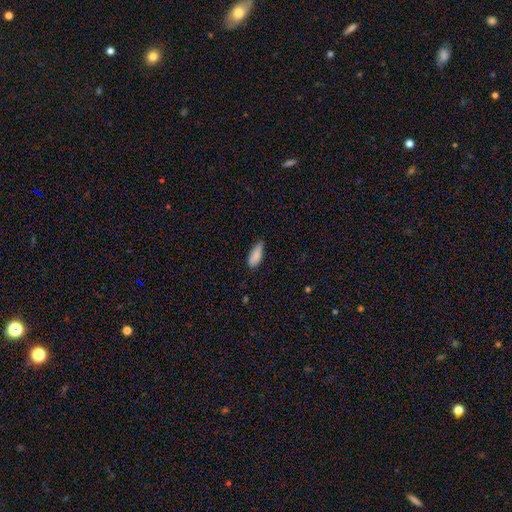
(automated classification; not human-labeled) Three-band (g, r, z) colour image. It shows a smooth galaxy with no disk features (86%) that is in between round and cigar-shaped (83%). Merging: none (54%).